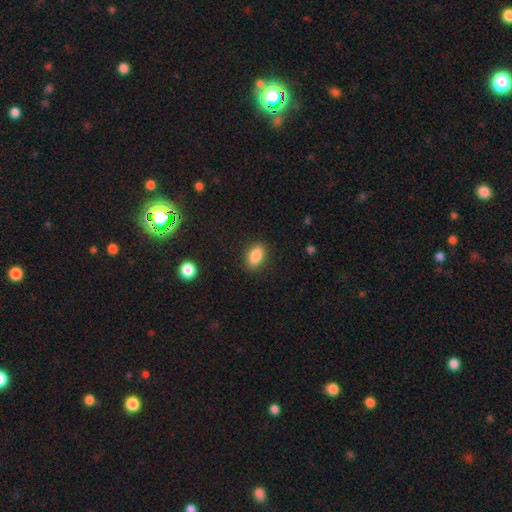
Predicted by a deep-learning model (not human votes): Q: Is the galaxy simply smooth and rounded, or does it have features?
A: smooth — 86%.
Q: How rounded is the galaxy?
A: in between — 88%.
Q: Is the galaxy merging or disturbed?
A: none — 88%.